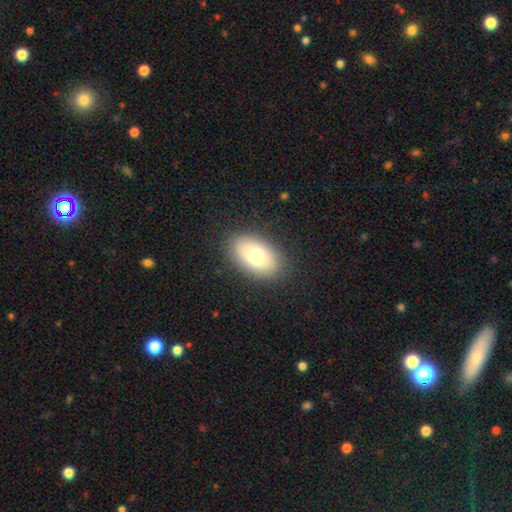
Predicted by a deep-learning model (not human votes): Smooth or featured: smooth — 74% (featured or disk — 17%)
How rounded: in between — 90% (round — 8%)
Merging: none — 87% (minor disturbance — 9%)